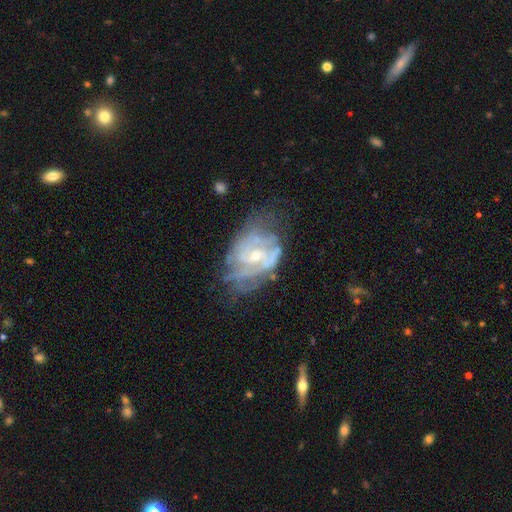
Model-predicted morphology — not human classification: Smooth or featured?
  - featured or disk: 79% *
  - smooth: 13%
  - star or artifact: 8%
Edge-on disk?
  - no: 97% *
  - yes: 3%
Bar?
  - no: 53% *
  - weak: 38%
  - strong: 9%
Spiral arms?
  - yes: 72% *
  - no: 28%
Spiral winding?
  - tight: 49% *
  - medium: 36%
  - loose: 15%
Spiral arm count?
  - can't tell: 47% *
  - 2: 30%
  - 3: 10%
  - 4: 5%
  - 1: 5%
  - more than 4: 3%
Bulge size?
  - small: 55% *
  - moderate: 39%
  - none: 4%
  - large: 2%
  - dominant: 1%
Merging?
  - none: 50% *
  - minor disturbance: 27%
  - major disturbance: 20%
  - merger: 3%